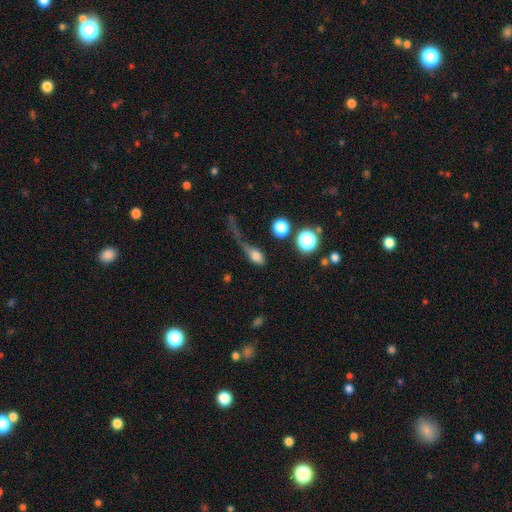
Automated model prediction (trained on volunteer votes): smooth-or-featured: smooth: 68% | featured or disk: 20% | star or artifact: 12%
  how-rounded: in between: 68% | round: 23% | cigar-shaped: 9%
  merging: major disturbance: 54% | none: 21% | minor disturbance: 17% | merger: 8%